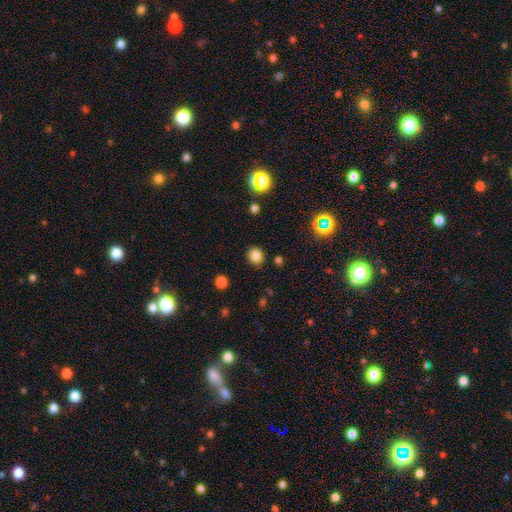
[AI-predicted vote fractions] Smooth or featured? smooth (79%)
How rounded? round (75%)
Merging? none (87%)